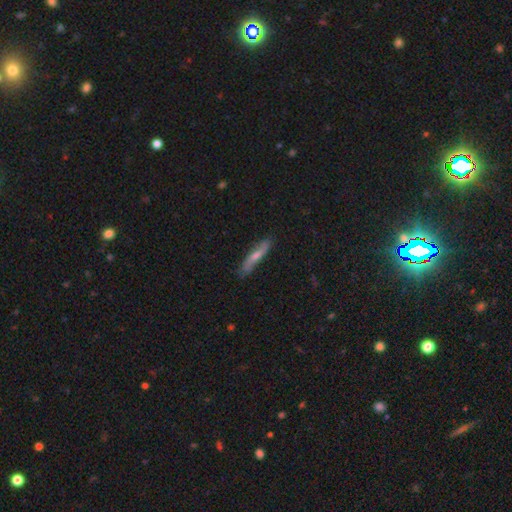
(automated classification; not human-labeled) smooth_or_featured: featured or disk (p=0.49) [alt: smooth p=0.44]
merging: none (p=0.82) [alt: minor disturbance p=0.14]